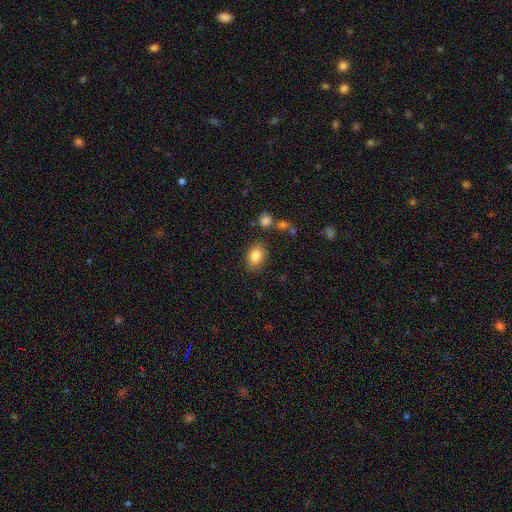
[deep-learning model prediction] smooth 84%, star or artifact 9%, featured or disk 7%. Down the decision tree: how rounded — in between (79%); merging — none (80%).